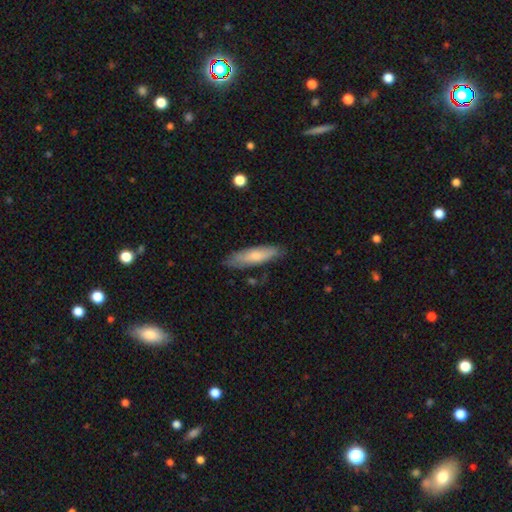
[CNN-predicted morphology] This appears to be a smooth galaxy with no disk features (73%) that is cigar-shaped (65%). Merging: none (77%).